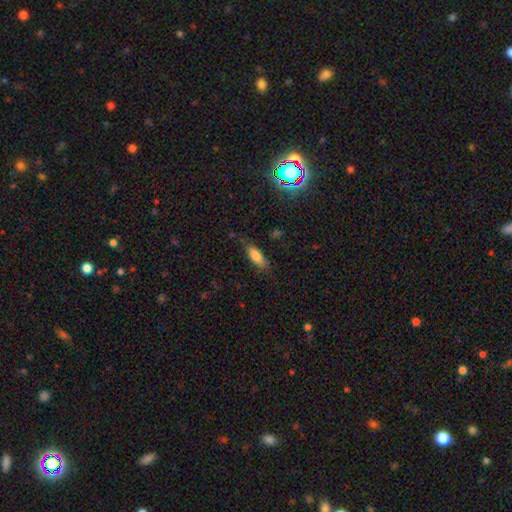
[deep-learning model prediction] Q: Smooth or featured?
A: smooth (74%); runner-up: featured or disk (17%)
Q: How rounded?
A: in between (62%); runner-up: cigar-shaped (35%)
Q: Merging?
A: none (68%); runner-up: minor disturbance (23%)